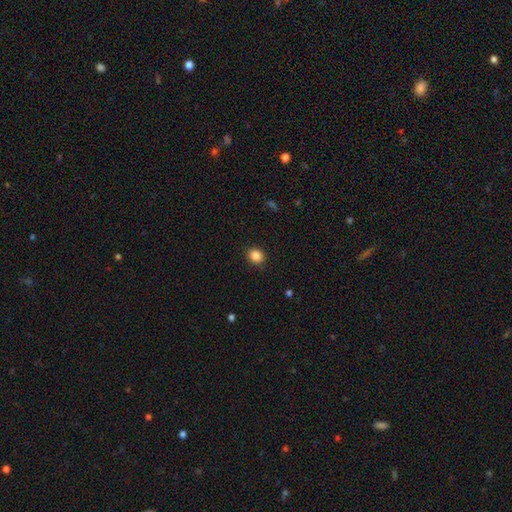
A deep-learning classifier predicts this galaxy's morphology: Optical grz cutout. It shows a smooth galaxy with no disk features (86%) that is round (72%). Merging: none (89%).